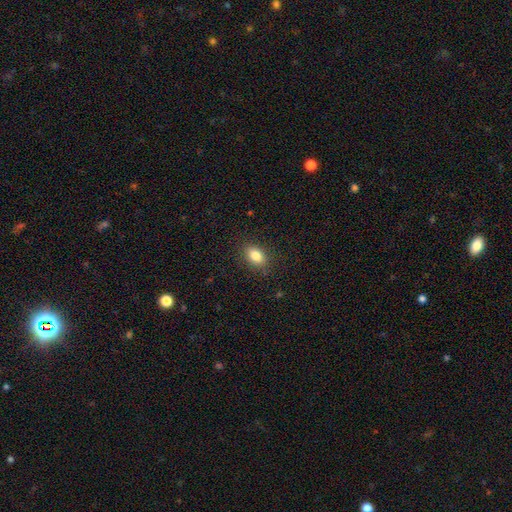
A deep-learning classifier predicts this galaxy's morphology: This is clearly a smooth galaxy (83%). How rounded: clearly in between (82%). Merging: clearly none (87%).